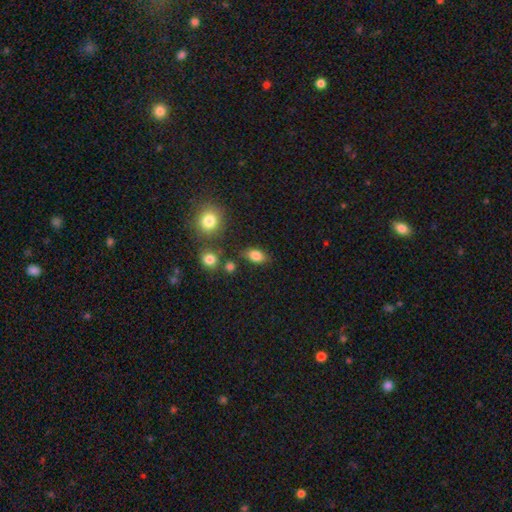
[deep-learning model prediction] smooth 83%, star or artifact 10%, featured or disk 7%. Down the decision tree: how rounded — in between (84%); merging — none (77%).